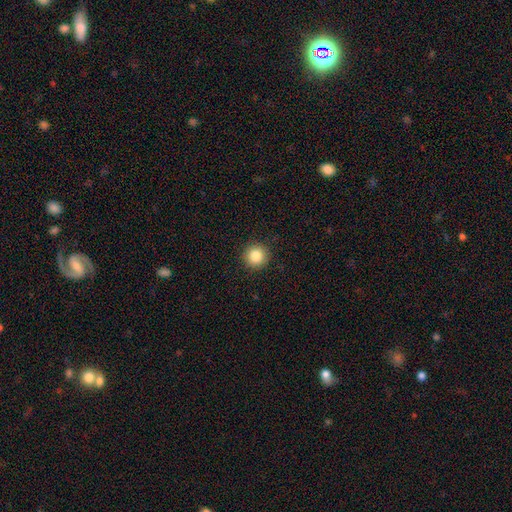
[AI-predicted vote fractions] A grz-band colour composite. It shows a smooth galaxy with no disk features (85%) that is round (95%). Merging: none (92%).